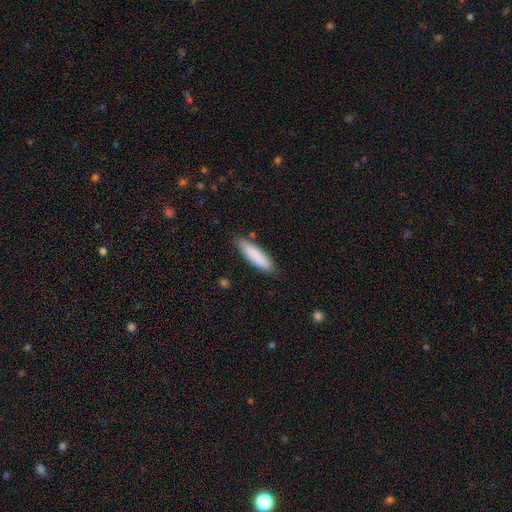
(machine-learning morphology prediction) The model was most divided on "how rounded": cigar-shaped: 68%, in between: 31%, round: 1%. More confident: smooth or featured — smooth (86%); merging — none (84%).